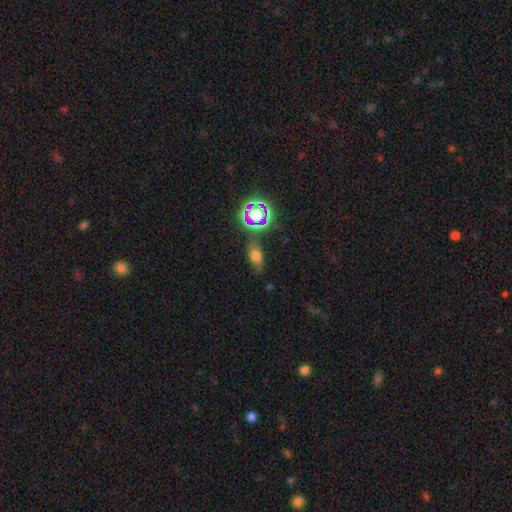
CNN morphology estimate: type=smooth (55%); roundness=in between (72%); merging=none (69%).